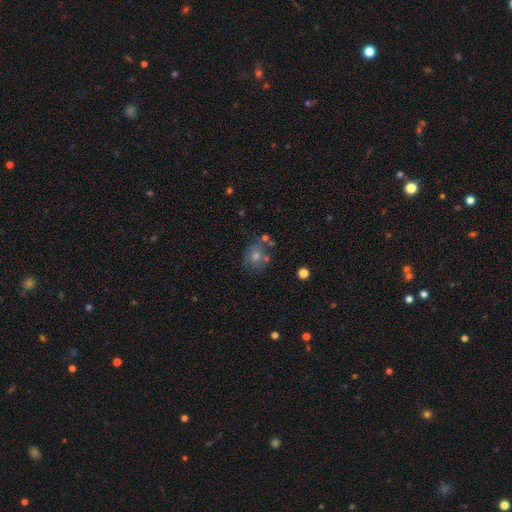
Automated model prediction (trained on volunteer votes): A smooth galaxy with no disk features (41%).

Vote fractions:
- Smooth or featured? smooth: 41% / featured or disk: 38% / star or artifact: 21%
- Merging? none: 61% / minor disturbance: 19% / merger: 11% / major disturbance: 10%